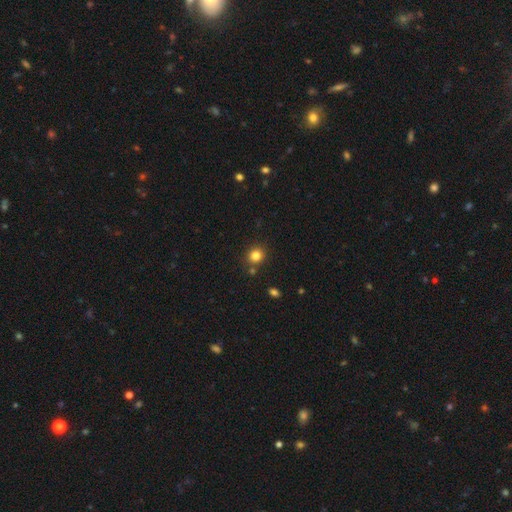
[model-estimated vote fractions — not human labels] Smooth or featured: smooth — 82% (star or artifact — 12%)
How rounded: round — 82% (in between — 18%)
Merging: none — 82% (minor disturbance — 9%)